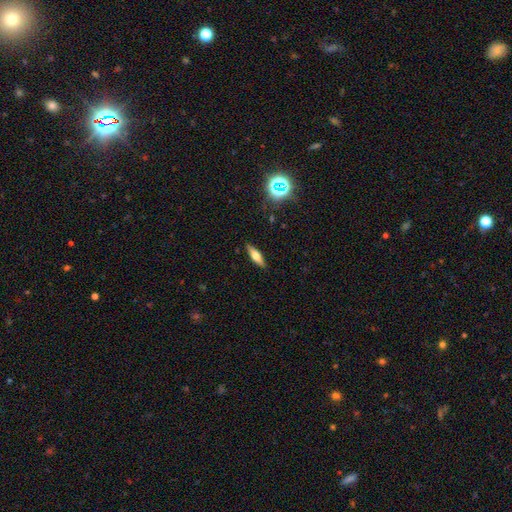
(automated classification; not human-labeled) Q: Smooth or featured?
A: smooth (53%); runner-up: featured or disk (37%)
Q: How rounded?
A: cigar-shaped (60%); runner-up: in between (37%)
Q: Merging?
A: none (89%); runner-up: minor disturbance (8%)